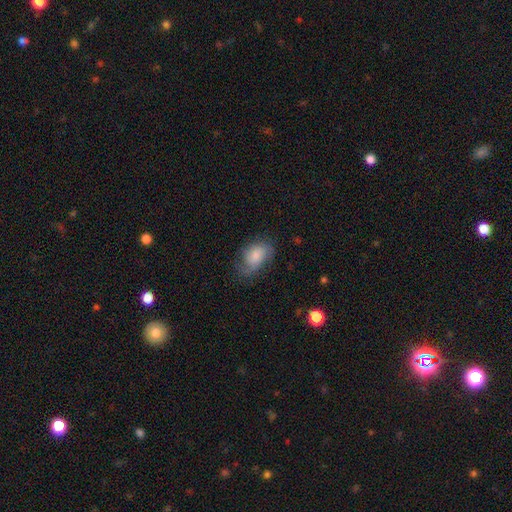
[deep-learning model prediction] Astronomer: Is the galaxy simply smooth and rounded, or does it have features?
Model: smooth — 56% (runner-up: featured or disk, 36%).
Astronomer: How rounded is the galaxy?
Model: in between — 85%.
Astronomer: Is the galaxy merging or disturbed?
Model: none — 53% (runner-up: minor disturbance, 29%).